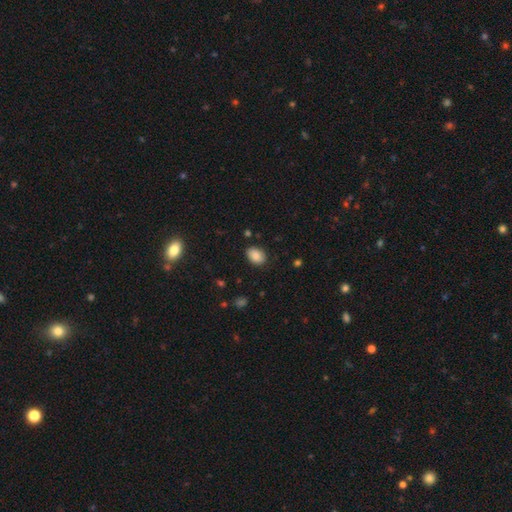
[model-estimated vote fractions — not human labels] The model was most divided on "how rounded": in between: 78%, round: 20%, cigar-shaped: 1%. More confident: smooth or featured — smooth (85%); merging — none (84%).